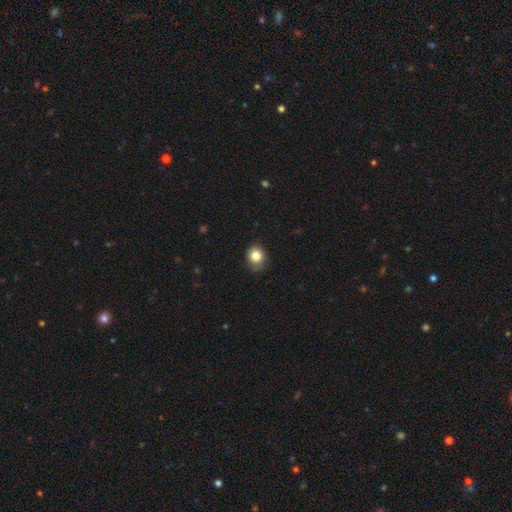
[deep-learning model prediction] Q: Smooth or featured?
A: smooth (82%); runner-up: star or artifact (11%)
Q: How rounded?
A: round (71%); runner-up: in between (29%)
Q: Merging?
A: none (77%); runner-up: minor disturbance (19%)